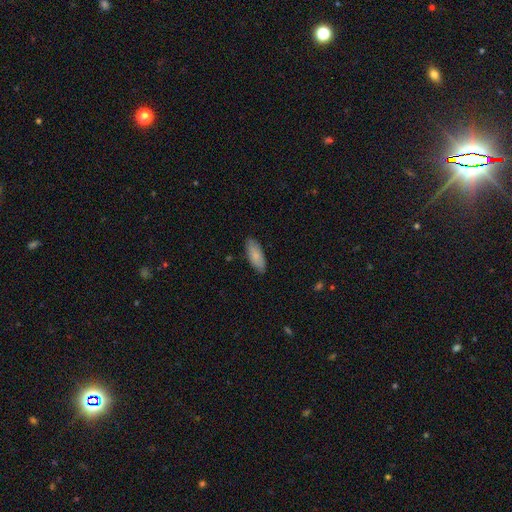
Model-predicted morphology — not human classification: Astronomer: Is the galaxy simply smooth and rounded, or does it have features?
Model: smooth — 83%.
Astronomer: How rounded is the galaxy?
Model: in between — 75%.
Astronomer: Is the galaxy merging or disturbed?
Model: none — 85%.